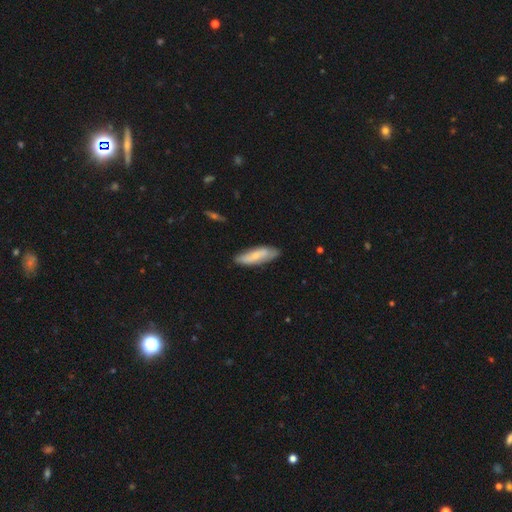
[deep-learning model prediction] A smooth galaxy with no disk features (58%) that is in between round and cigar-shaped (55%).

Vote fractions:
- Smooth or featured? smooth: 58% / featured or disk: 36% / star or artifact: 6%
- How rounded? in between: 55% / cigar-shaped: 43% / round: 2%
- Merging? none: 76% / minor disturbance: 19% / major disturbance: 4% / merger: 2%